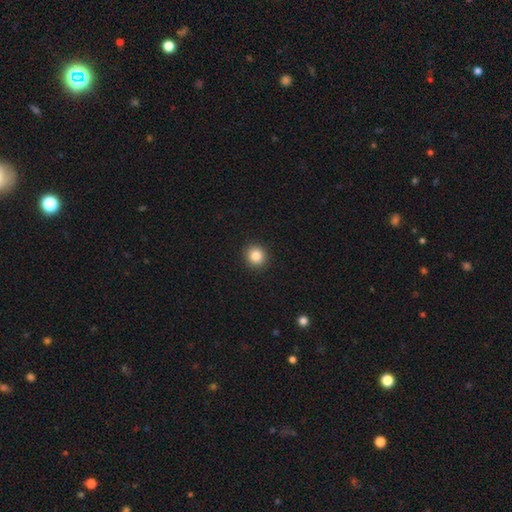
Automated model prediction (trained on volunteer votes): This is clearly a smooth galaxy (86%). How rounded: clearly round (91%). Merging: clearly none (93%).